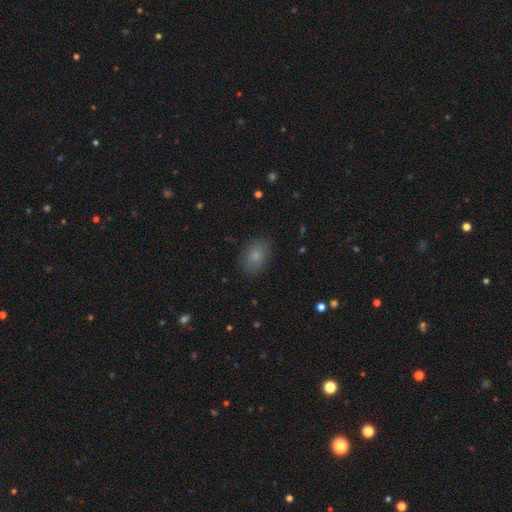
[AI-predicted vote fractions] Morphology: type=smooth (82%); roundness=in between (77%); merging=none (85%).